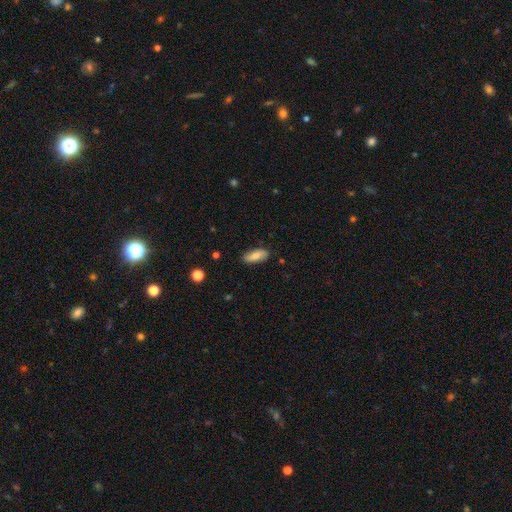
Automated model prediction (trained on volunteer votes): A smooth galaxy with no disk features (74%) that is in between round and cigar-shaped (76%).

Vote fractions:
- Smooth or featured? smooth: 74% / featured or disk: 19% / star or artifact: 7%
- How rounded? in between: 76% / cigar-shaped: 22% / round: 3%
- Merging? none: 86% / minor disturbance: 11% / major disturbance: 2% / merger: 1%